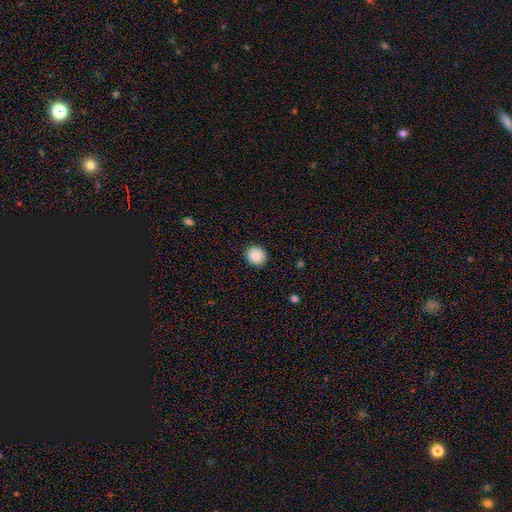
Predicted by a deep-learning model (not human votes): Smooth or featured? smooth (88%)
How rounded? round (76%)
Merging? none (90%)